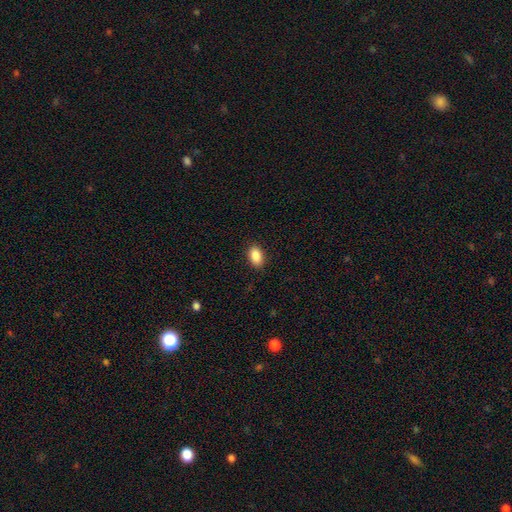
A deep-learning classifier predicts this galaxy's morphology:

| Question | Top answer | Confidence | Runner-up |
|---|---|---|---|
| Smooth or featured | smooth | 89% | star or artifact (8%) |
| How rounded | in between | 91% | round (7%) |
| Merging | none | 89% | minor disturbance (8%) |